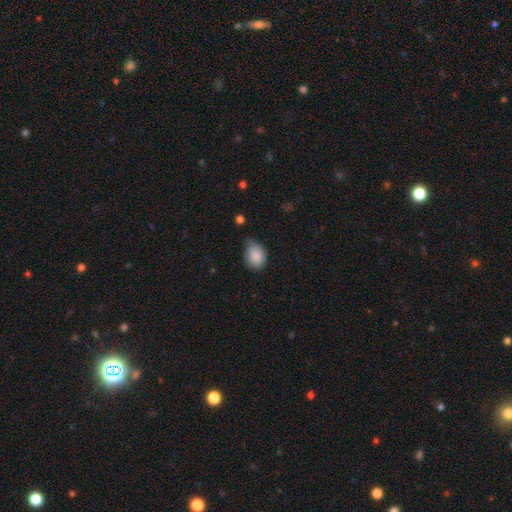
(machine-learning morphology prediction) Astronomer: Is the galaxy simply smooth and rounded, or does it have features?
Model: smooth — 87%.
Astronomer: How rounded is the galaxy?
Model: in between — 71%.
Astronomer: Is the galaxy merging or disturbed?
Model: none — 45%, tied with minor disturbance at 45%.